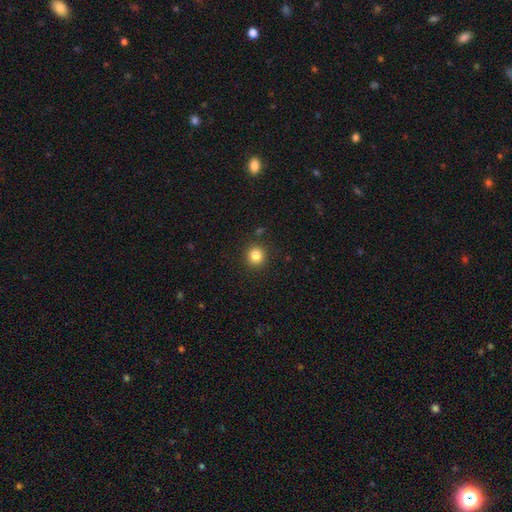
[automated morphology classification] smooth_or_featured: smooth (p=0.83) [alt: star or artifact p=0.12]
how_rounded: round (p=0.92) [alt: in between p=0.07]
merging: none (p=0.90) [alt: minor disturbance p=0.06]